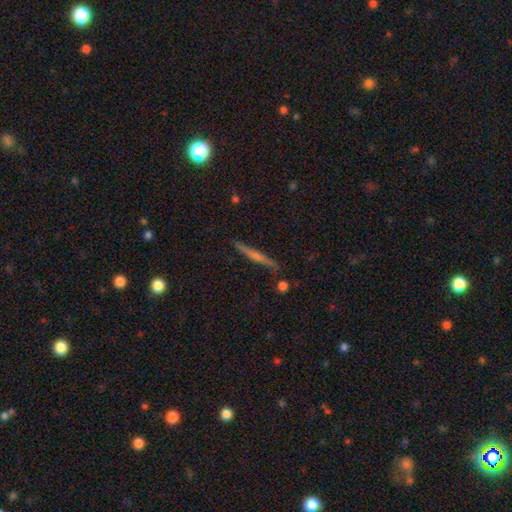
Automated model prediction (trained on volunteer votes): featured or disk 63%, smooth 29%, star or artifact 8%. Down the decision tree: edge-on disk — yes (97%); edge-on bulge — rounded (62%); merging — none (88%).